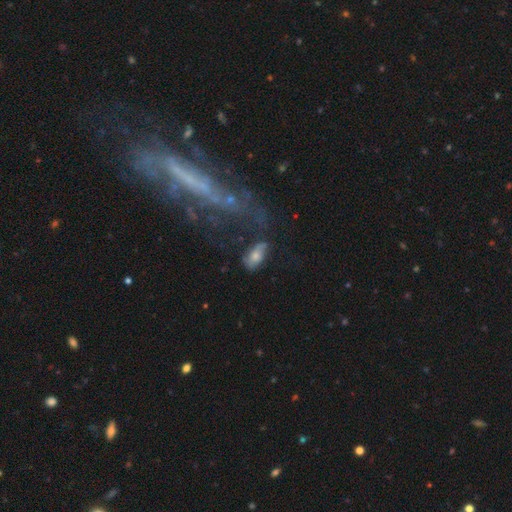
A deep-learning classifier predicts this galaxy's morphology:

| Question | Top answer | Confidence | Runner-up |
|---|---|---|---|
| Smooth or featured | smooth | 56% | featured or disk (34%) |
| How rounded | in between | 87% | cigar-shaped (7%) |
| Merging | none | 53% | minor disturbance (28%) |